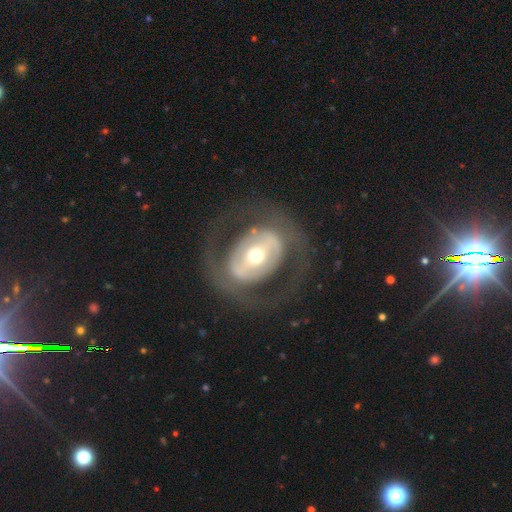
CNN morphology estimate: featured or disk 68%, smooth 25%, star or artifact 7%. Down the decision tree: edge-on disk — no (93%); bar — no (37%); spiral arms — no (69%); bulge size — moderate (66%); merging — none (70%).